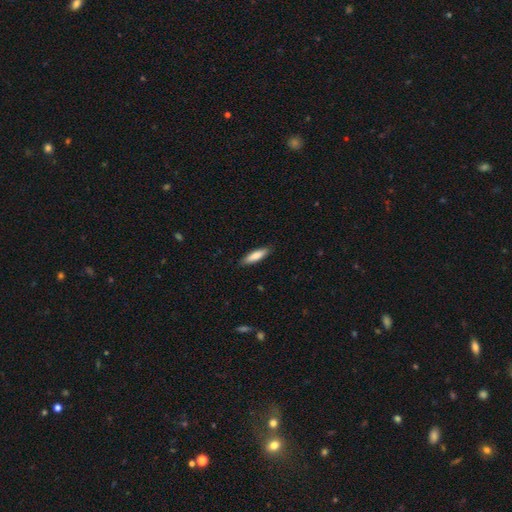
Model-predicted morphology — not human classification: smooth_or_featured: smooth (p=0.79) [alt: featured or disk p=0.15]
how_rounded: cigar-shaped (p=0.63) [alt: in between p=0.36]
merging: none (p=0.89) [alt: minor disturbance p=0.09]